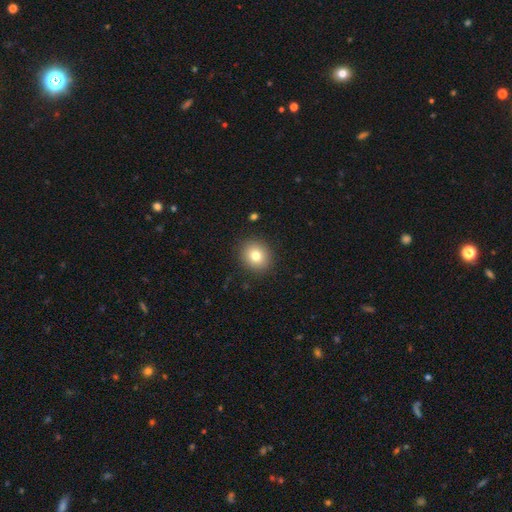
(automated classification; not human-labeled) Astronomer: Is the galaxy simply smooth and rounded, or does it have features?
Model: smooth — 78%.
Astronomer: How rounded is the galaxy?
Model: round — 75%.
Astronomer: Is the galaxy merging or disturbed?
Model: none — 90%.